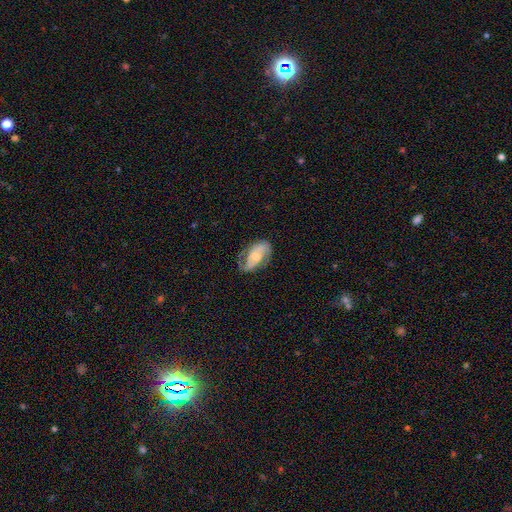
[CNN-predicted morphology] Smooth or featured: featured or disk — 72% (smooth — 22%)
Edge-on disk: no — 96% (yes — 4%)
Bar: no — 44% (weak — 40%)
Spiral arms: yes — 89% (no — 11%)
Spiral winding: medium — 47% (tight — 28%)
Spiral arm count: 2 — 81% (can't tell — 10%)
Bulge size: moderate — 42% (small — 38%)
Merging: none — 63% (minor disturbance — 23%)